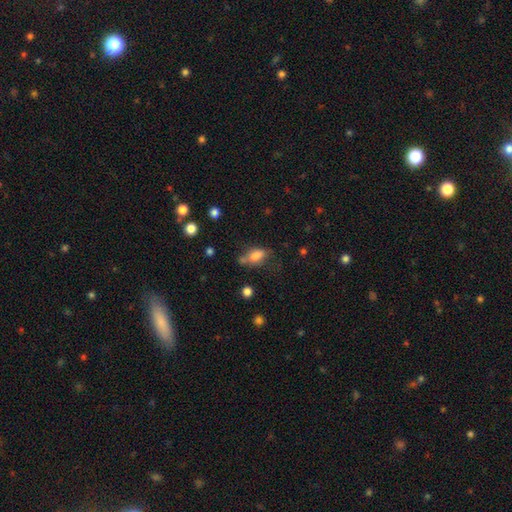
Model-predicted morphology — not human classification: Smooth or featured: smooth — 77% (featured or disk — 13%)
How rounded: in between — 83% (round — 10%)
Merging: none — 48% (minor disturbance — 25%)